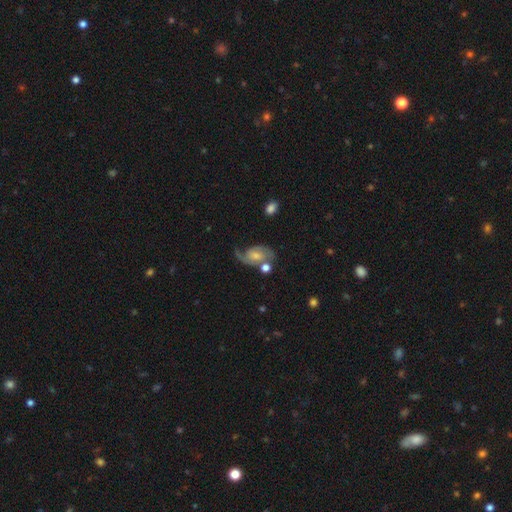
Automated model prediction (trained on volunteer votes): smooth-or-featured: featured or disk: 77% | smooth: 16% | star or artifact: 7%
  disk-edge-on: no: 97% | yes: 3%
    bar: no: 50% | weak: 41% | strong: 9%
    has-spiral-arms: yes: 94% | no: 6%
      spiral-winding: medium: 45% | loose: 38% | tight: 17%
      spiral-arm-count: 2: 80% | 1: 11% | can't tell: 5% | 3: 2% | 4: 1% | more than 4: 1%
    bulge-size: small: 39% | moderate: 35% | none: 16% | large: 9% | dominant: 2%
  merging: none: 51% | minor disturbance: 21% | major disturbance: 16% | merger: 11%